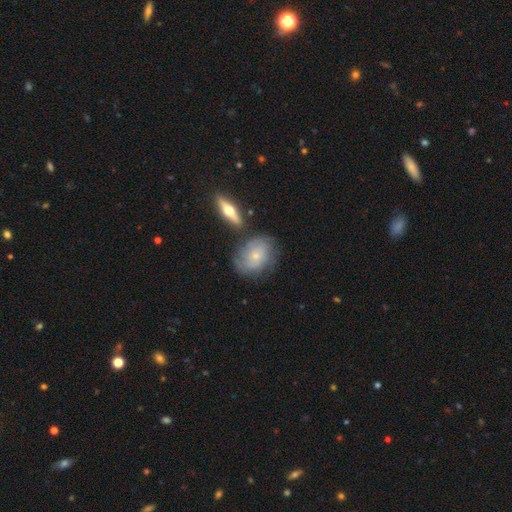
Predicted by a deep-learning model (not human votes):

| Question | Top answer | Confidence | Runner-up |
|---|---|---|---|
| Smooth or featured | featured or disk | 57% | smooth (36%) |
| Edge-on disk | no | 91% | yes (9%) |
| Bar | no | 82% | weak (14%) |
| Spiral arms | yes | 73% | no (27%) |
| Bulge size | small | 79% | moderate (16%) |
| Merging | none | 64% | minor disturbance (21%) |